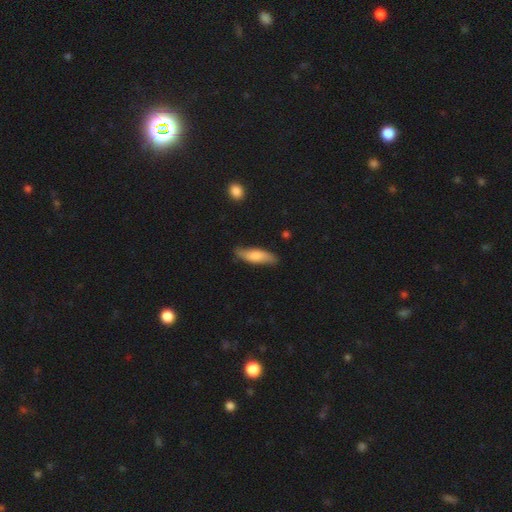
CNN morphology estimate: Smooth or featured? smooth (67%)
How rounded? cigar-shaped (56%)
Merging? none (78%)